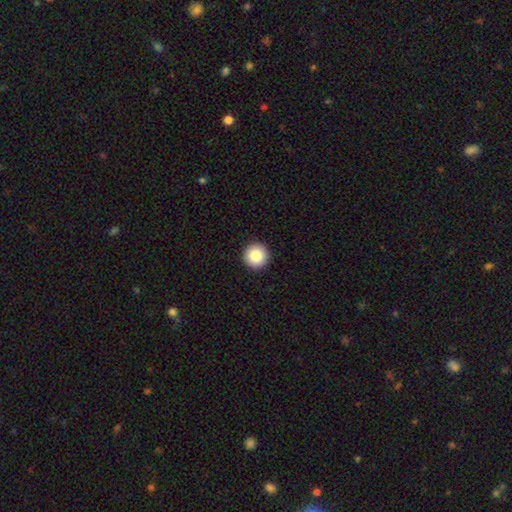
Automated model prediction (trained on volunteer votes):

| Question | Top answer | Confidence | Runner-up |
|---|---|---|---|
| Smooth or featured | smooth | 87% | star or artifact (9%) |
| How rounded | round | 96% | in between (3%) |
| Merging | none | 94% | minor disturbance (4%) |